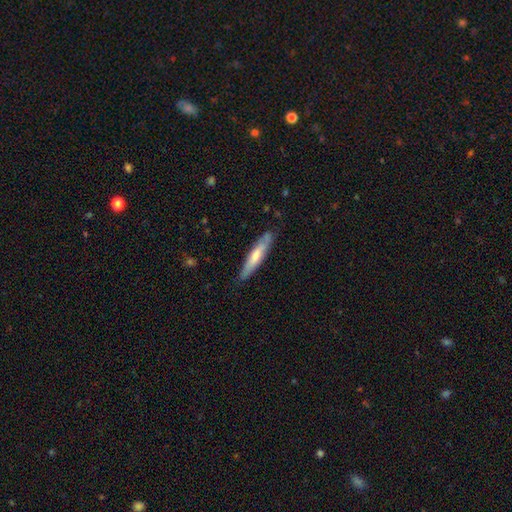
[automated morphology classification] Smooth or featured?
  - smooth: 60% *
  - featured or disk: 35%
  - star or artifact: 5%
How rounded?
  - cigar-shaped: 87% *
  - in between: 11%
  - round: 1%
Merging?
  - none: 83% *
  - minor disturbance: 13%
  - major disturbance: 2%
  - merger: 1%